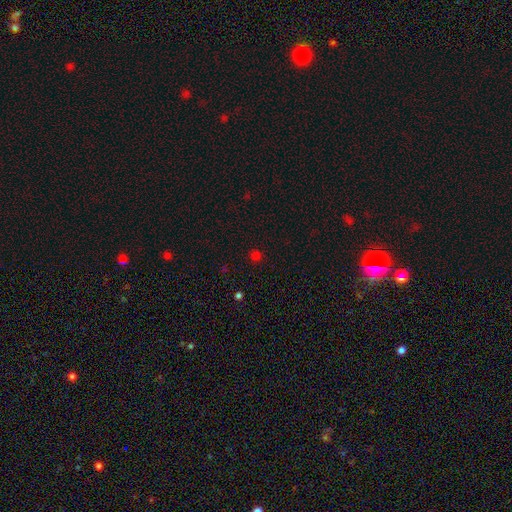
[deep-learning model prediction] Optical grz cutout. It shows a smooth galaxy with no disk features (70%) that is round (92%). Merging: none (89%).